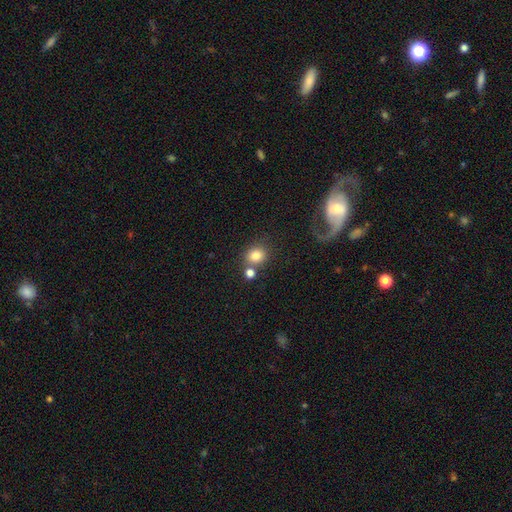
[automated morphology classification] Smooth or featured?
  - smooth: 81% *
  - star or artifact: 11%
  - featured or disk: 8%
How rounded?
  - round: 70% *
  - in between: 29%
  - cigar-shaped: 1%
Merging?
  - none: 63% *
  - merger: 21%
  - minor disturbance: 10%
  - major disturbance: 5%